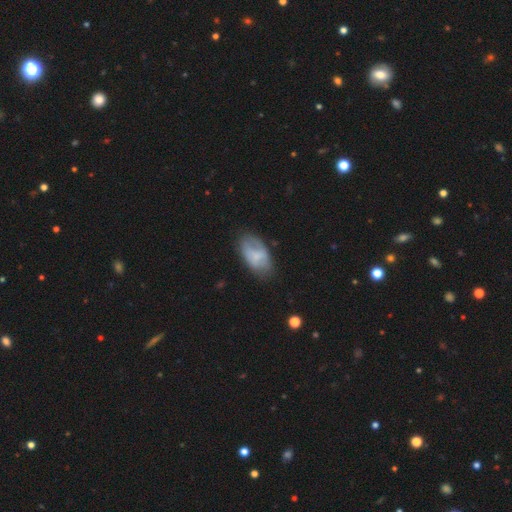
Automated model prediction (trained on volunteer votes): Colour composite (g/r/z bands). It shows a smooth galaxy with no disk features (61%) that is in between round and cigar-shaped (93%). Merging: none (59%).